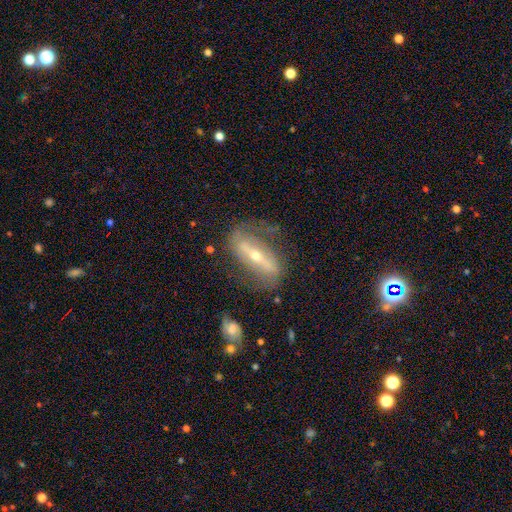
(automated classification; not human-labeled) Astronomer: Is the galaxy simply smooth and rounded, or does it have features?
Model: featured or disk — 78%.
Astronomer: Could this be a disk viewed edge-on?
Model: no — 76%.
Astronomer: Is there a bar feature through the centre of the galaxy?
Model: strong — 73%.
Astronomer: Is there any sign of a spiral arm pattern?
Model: yes — 72%.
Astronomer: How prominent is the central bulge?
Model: small — 50% (runner-up: moderate, 46%).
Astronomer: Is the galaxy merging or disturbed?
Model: none — 63%.